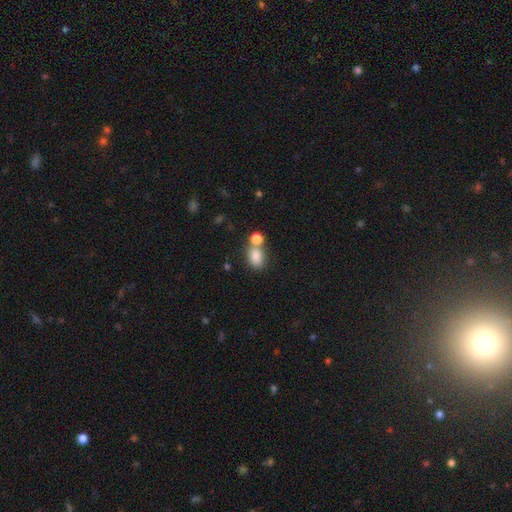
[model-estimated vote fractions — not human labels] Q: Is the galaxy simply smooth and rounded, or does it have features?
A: smooth — 83%.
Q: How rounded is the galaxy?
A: in between — 75%.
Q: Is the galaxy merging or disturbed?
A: none — 51%.